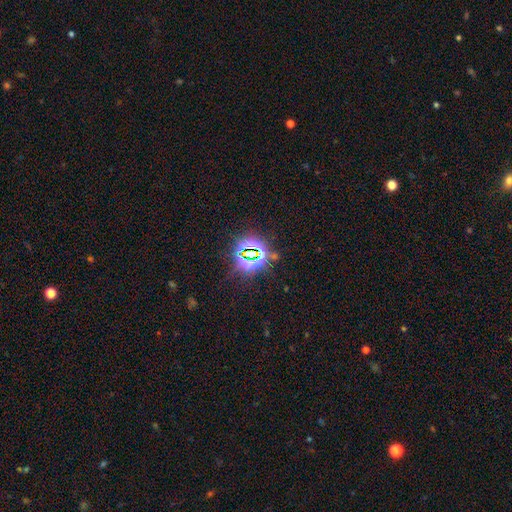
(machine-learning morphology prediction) type=star or artifact (80%).